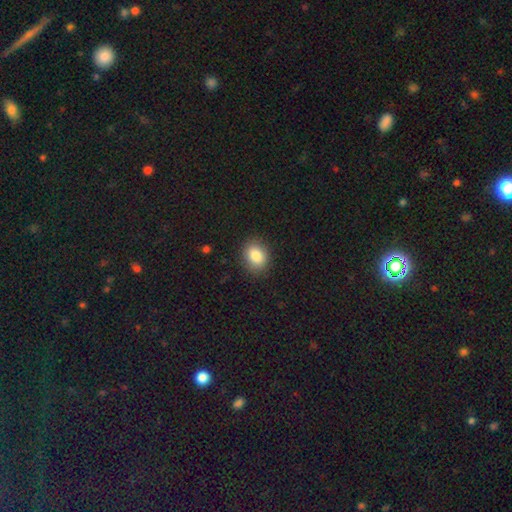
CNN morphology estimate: This appears to be a smooth galaxy with no disk features (85%) that is in between round and cigar-shaped (55%). Merging: none (87%).